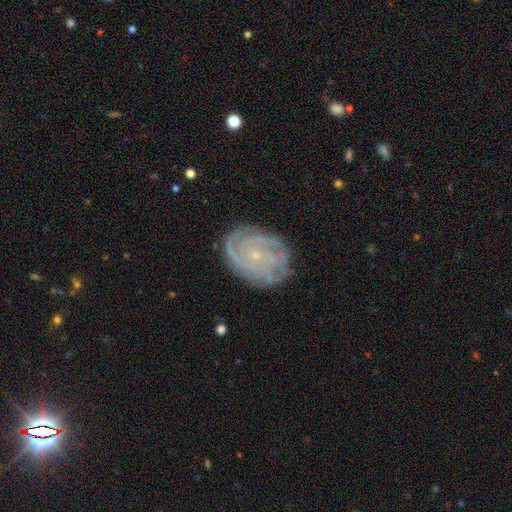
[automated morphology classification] Overall: featured or disk (84%). Edge-on disk: no (97%). Bar: no (77%). Spiral arms: yes (97%). Spiral arm count: can't tell (25%; 4 23%). Spiral winding: tight (77%). Bulge size: small (86%). Merging: none (79%).